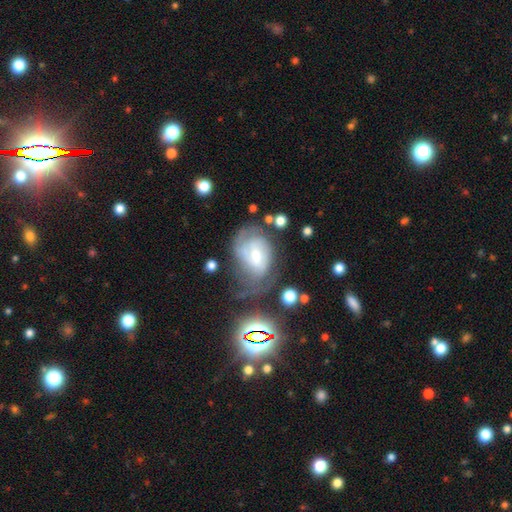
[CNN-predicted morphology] This appears to be a featured or disk galaxy (67%) with a weak bar (46%), tight (47%) spiral arms (79%) and a moderate central bulge (52%). Merging: none (38%).